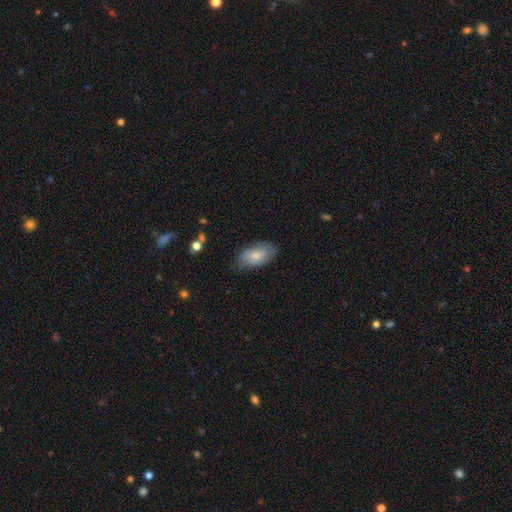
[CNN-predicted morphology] Q: Smooth or featured?
A: smooth (73%); runner-up: featured or disk (21%)
Q: How rounded?
A: in between (93%); runner-up: round (4%)
Q: Merging?
A: none (65%); runner-up: minor disturbance (27%)